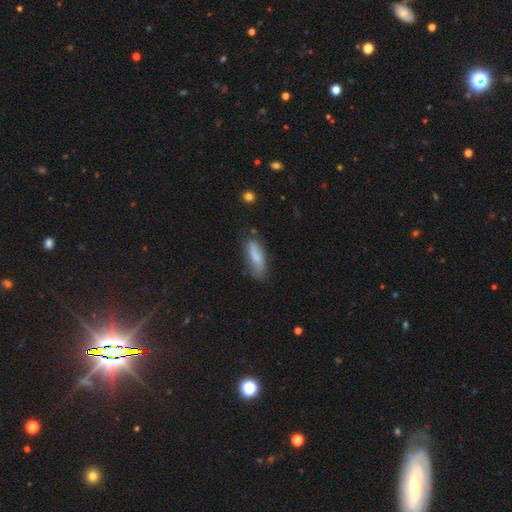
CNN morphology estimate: Smooth or featured? smooth (77%)
How rounded? in between (55%)
Merging? none (58%)